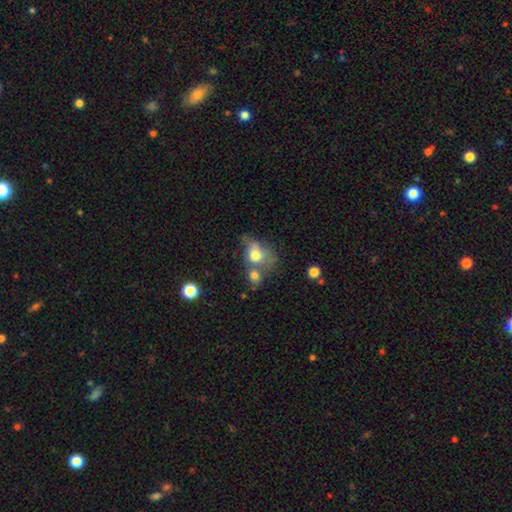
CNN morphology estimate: The model was most divided on "how rounded": in between: 60%, round: 38%, cigar-shaped: 2%. Remaining: smooth or featured — smooth (68%); merging — merger (46%).